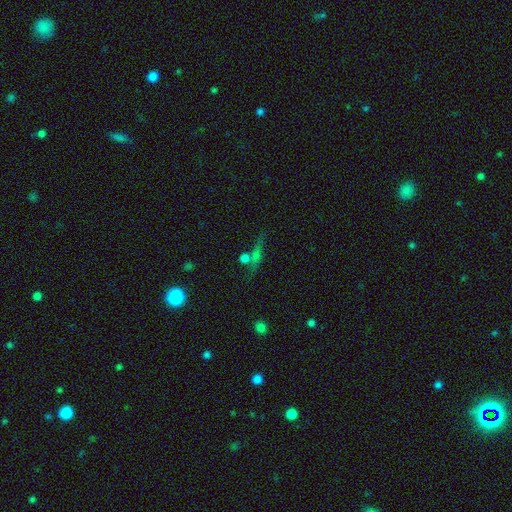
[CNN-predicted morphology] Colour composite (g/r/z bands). It shows a smooth galaxy with no disk features (36%). Merging: none (55%).